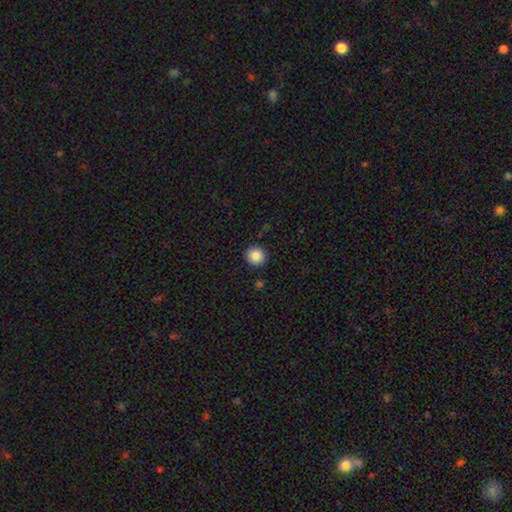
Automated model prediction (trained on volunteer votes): Q: Smooth or featured?
A: smooth (87%); runner-up: star or artifact (9%)
Q: How rounded?
A: round (94%); runner-up: in between (5%)
Q: Merging?
A: none (92%); runner-up: minor disturbance (5%)